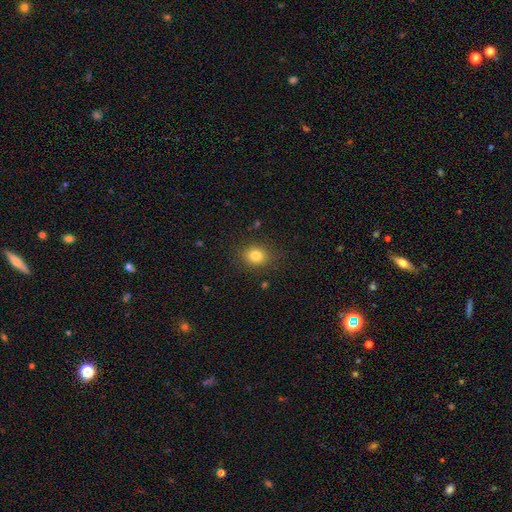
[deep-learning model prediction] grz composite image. It shows a smooth galaxy with no disk features (81%) that is round (60%). Merging: none (85%).